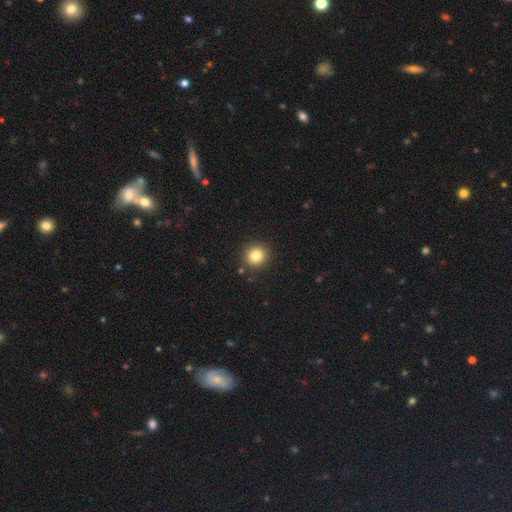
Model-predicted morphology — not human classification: A smooth galaxy with no disk features (82%) that is round (92%). Merging: none (90%).